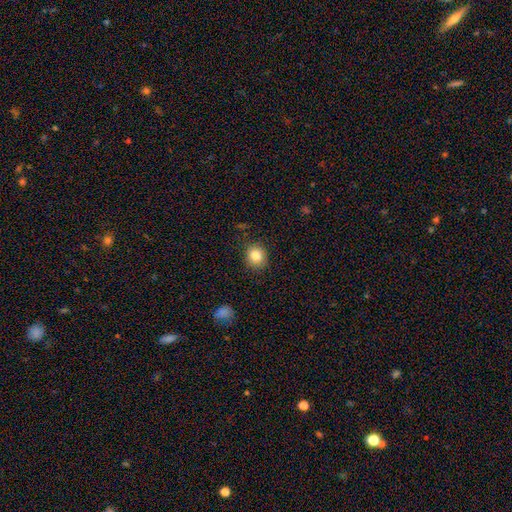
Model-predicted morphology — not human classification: A smooth galaxy with no disk features (83%) that is round (77%).

Vote fractions:
- Smooth or featured? smooth: 83% / star or artifact: 10% / featured or disk: 7%
- How rounded? round: 77% / in between: 22% / cigar-shaped: 1%
- Merging? none: 86% / minor disturbance: 10% / major disturbance: 3% / merger: 1%